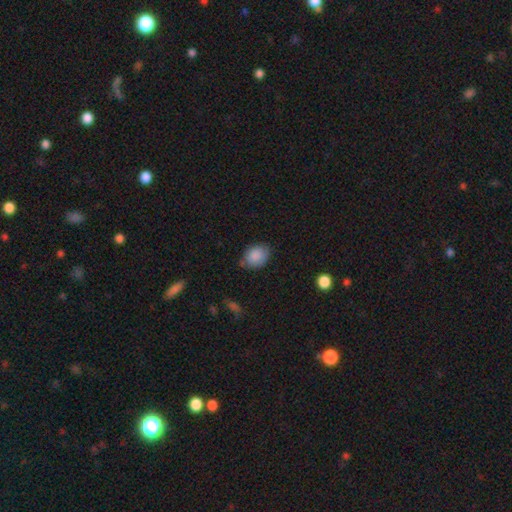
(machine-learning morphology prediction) smooth 87%, star or artifact 8%, featured or disk 6%. Down the decision tree: how rounded — in between (72%); merging — none (68%).